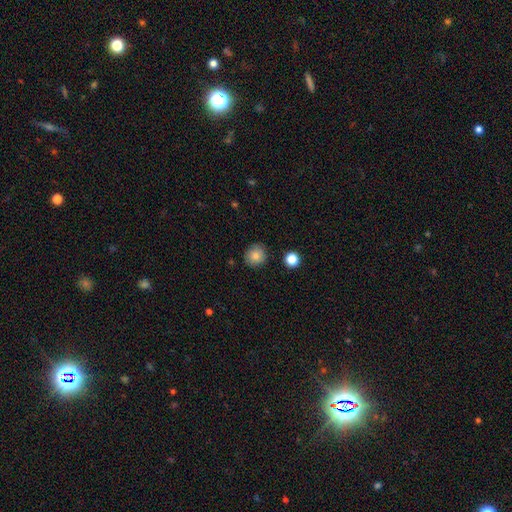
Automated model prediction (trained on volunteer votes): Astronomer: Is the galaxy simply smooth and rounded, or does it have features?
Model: smooth — 81%.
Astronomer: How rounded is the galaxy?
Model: round — 91%.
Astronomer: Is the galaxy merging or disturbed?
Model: none — 87%.